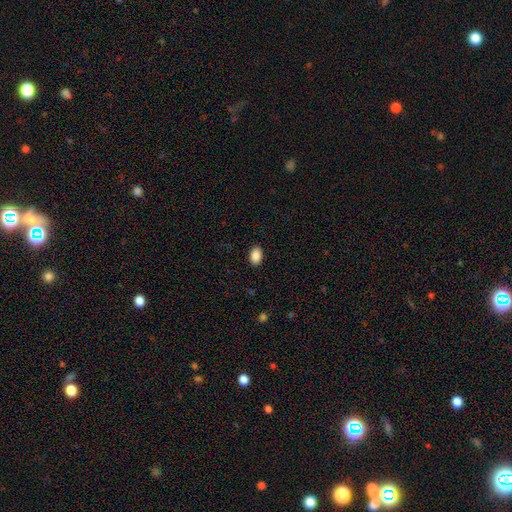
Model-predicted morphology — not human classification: type=smooth (89%); roundness=in between (89%); merging=none (89%).